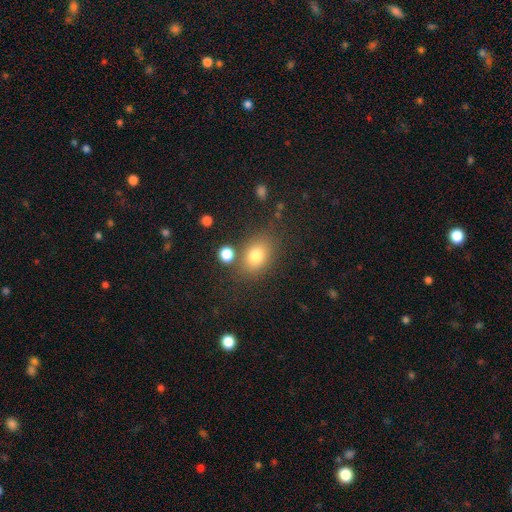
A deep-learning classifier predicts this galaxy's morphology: Q: Smooth or featured?
A: smooth (78%); runner-up: star or artifact (11%)
Q: How rounded?
A: in between (70%); runner-up: round (28%)
Q: Merging?
A: none (72%); runner-up: minor disturbance (14%)